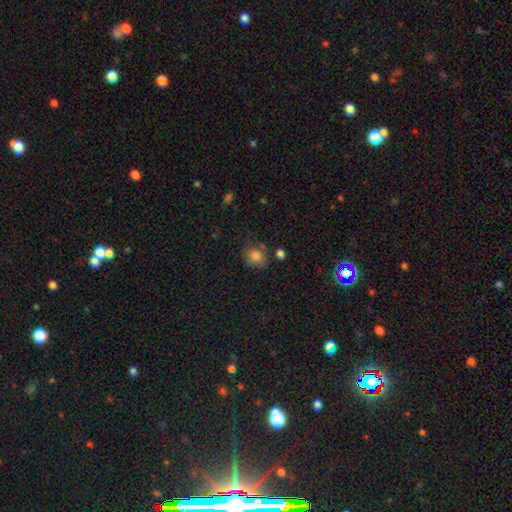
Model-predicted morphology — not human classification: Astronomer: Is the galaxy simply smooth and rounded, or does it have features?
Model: smooth — 81%.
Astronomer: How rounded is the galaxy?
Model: round — 72%.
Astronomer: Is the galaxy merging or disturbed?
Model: none — 59%.